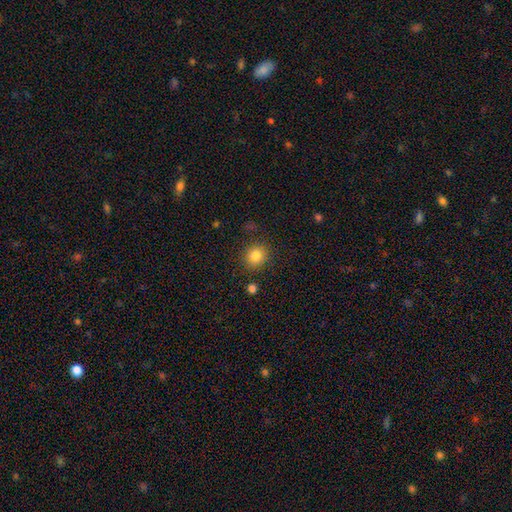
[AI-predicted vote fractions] A smooth galaxy with no disk features (84%) that is round (82%). Merging: none (86%).